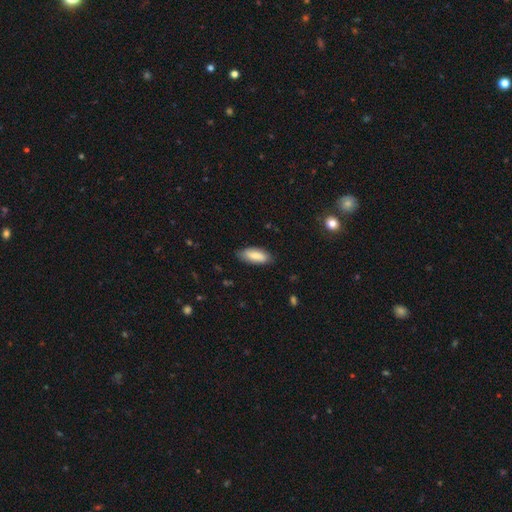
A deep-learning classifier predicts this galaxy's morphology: The model was most divided on "how rounded": in between: 80%, cigar-shaped: 19%, round: 2%. More confident: smooth or featured — smooth (85%); merging — none (82%).